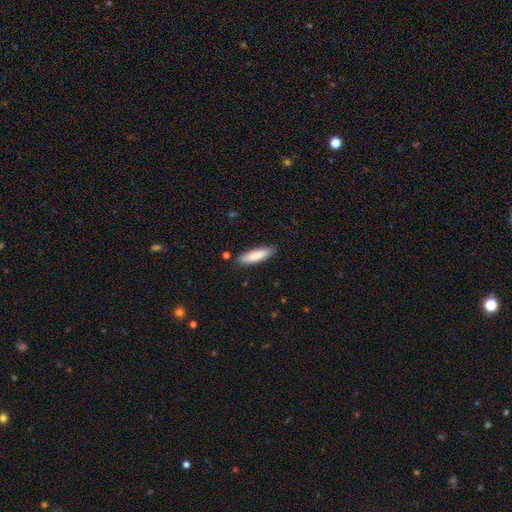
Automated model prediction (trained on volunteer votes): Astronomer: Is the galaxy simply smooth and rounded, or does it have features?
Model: smooth — 85%.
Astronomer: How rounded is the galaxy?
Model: cigar-shaped — 54% (runner-up: in between, 44%).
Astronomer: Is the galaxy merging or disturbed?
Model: none — 83%.